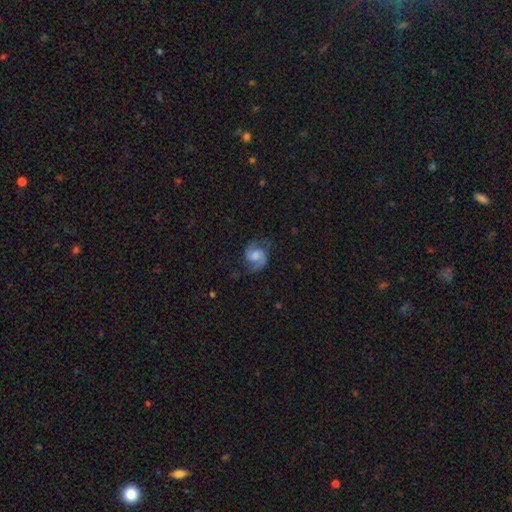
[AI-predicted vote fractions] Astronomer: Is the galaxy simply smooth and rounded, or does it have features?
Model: featured or disk — 82%.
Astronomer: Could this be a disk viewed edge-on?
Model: no — 98%.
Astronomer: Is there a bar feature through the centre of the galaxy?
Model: no — 48% (runner-up: weak, 42%).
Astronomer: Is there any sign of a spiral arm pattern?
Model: yes — 97%.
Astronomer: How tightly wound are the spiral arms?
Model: medium — 55%.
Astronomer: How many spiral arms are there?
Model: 2 — 92%.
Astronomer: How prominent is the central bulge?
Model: moderate — 44% (runner-up: small, 25%).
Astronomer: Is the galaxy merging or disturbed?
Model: none — 74%.